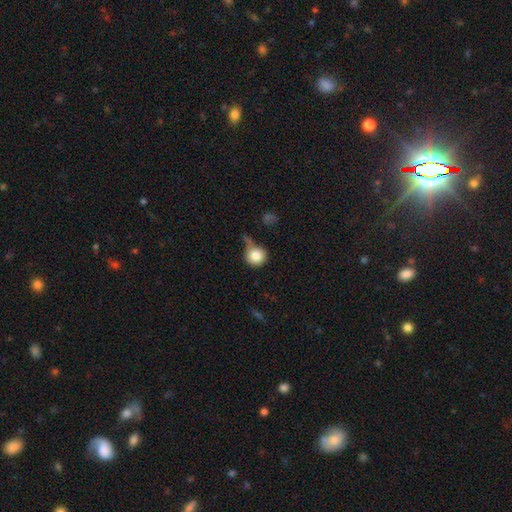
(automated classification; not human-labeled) Overall: smooth (82%). How rounded: round (91%). Merging: none (42%; minor disturbance 25%).